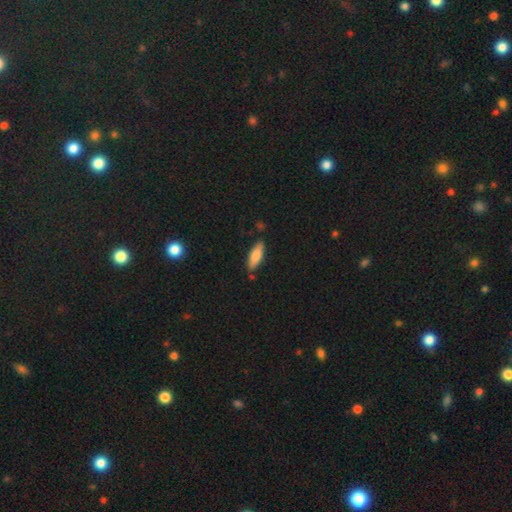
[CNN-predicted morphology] smooth_or_featured: smooth (p=0.78) [alt: featured or disk p=0.16]
how_rounded: in between (p=0.58) [alt: cigar-shaped p=0.40]
merging: none (p=0.80) [alt: minor disturbance p=0.14]